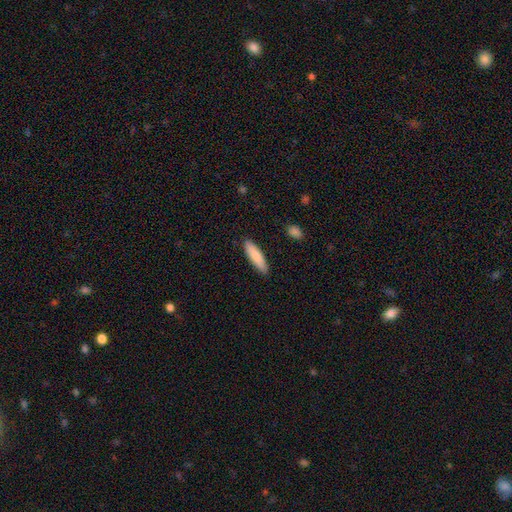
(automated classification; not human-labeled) This appears to be a smooth galaxy with no disk features (84%) that is cigar-shaped (68%). Merging: none (89%).